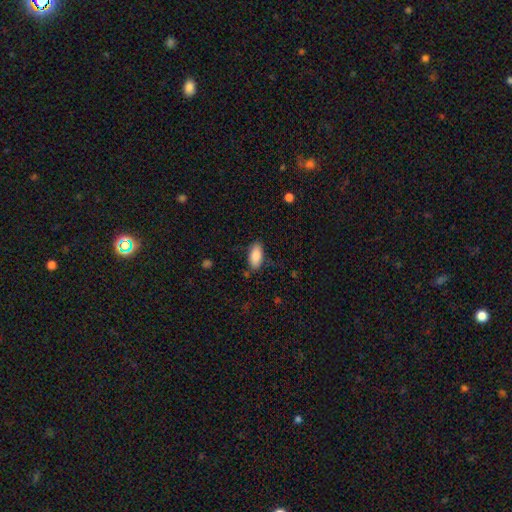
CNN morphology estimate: Smooth or featured?
  - smooth: 85% *
  - featured or disk: 8%
  - star or artifact: 7%
How rounded?
  - in between: 90% *
  - cigar-shaped: 8%
  - round: 2%
Merging?
  - none: 82% *
  - minor disturbance: 13%
  - major disturbance: 3%
  - merger: 2%